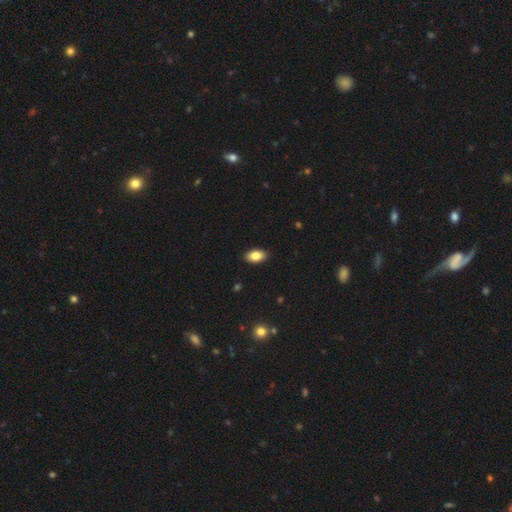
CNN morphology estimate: Overall: smooth (85%). How rounded: in between (92%). Merging: none (90%).